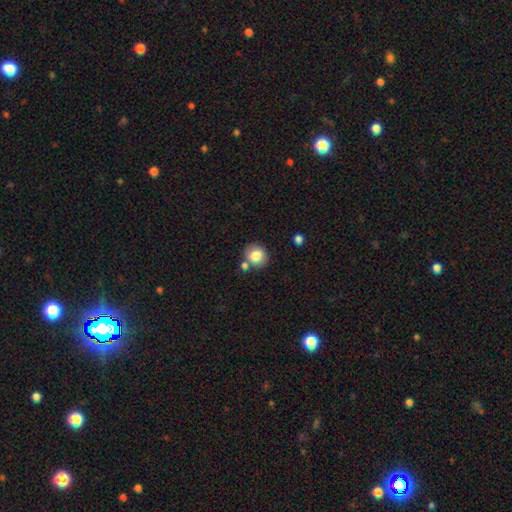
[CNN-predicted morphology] This appears to be a smooth galaxy with no disk features (81%) that is round (81%). Merging: none (72%).